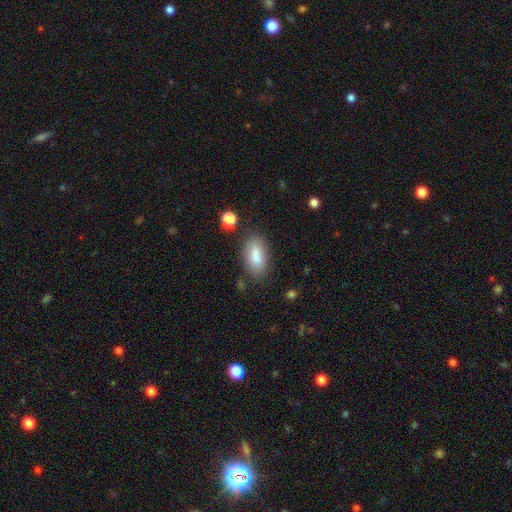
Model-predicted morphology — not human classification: Q: Smooth or featured?
A: smooth (83%); runner-up: featured or disk (9%)
Q: How rounded?
A: in between (89%); runner-up: cigar-shaped (7%)
Q: Merging?
A: none (74%); runner-up: minor disturbance (16%)